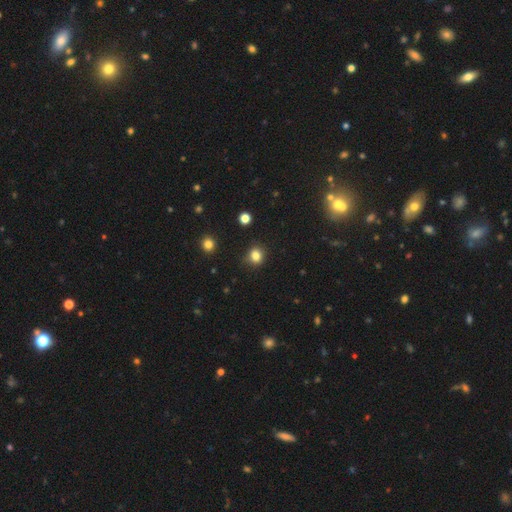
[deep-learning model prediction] Overall: smooth (82%). How rounded: round (73%). Merging: none (82%).